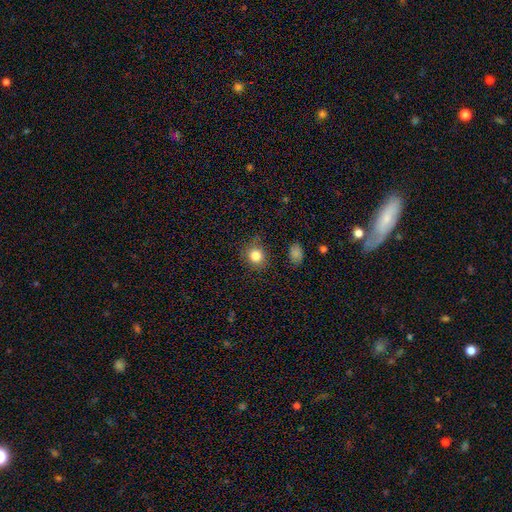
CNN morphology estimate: smooth 83%, star or artifact 11%, featured or disk 6%. Down the decision tree: how rounded — round (81%); merging — none (81%).